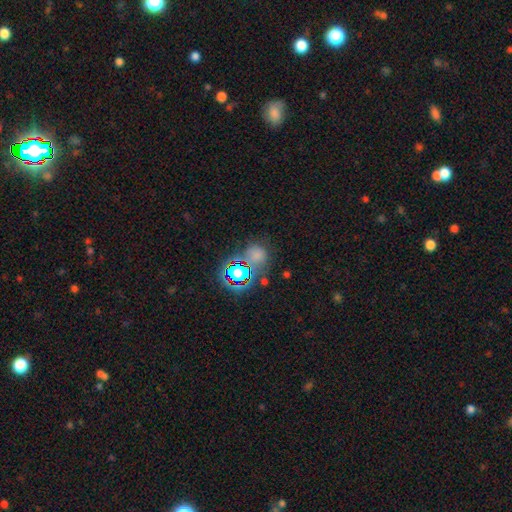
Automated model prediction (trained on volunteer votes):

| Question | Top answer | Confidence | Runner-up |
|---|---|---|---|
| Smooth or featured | smooth | 54% | star or artifact (37%) |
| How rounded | round | 75% | in between (24%) |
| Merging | none | 63% | minor disturbance (16%) |